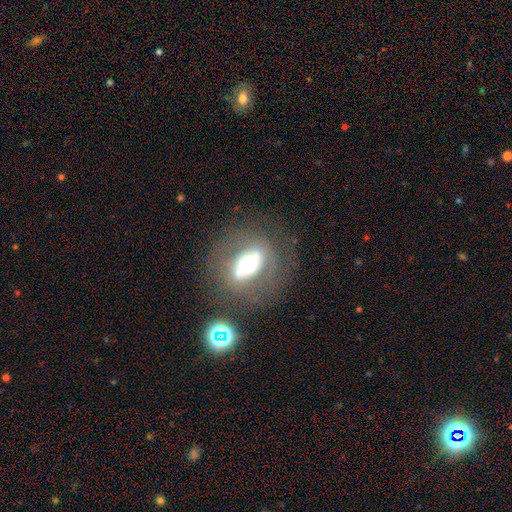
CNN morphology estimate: A featured or disk galaxy (52%). Merging: none (72%).